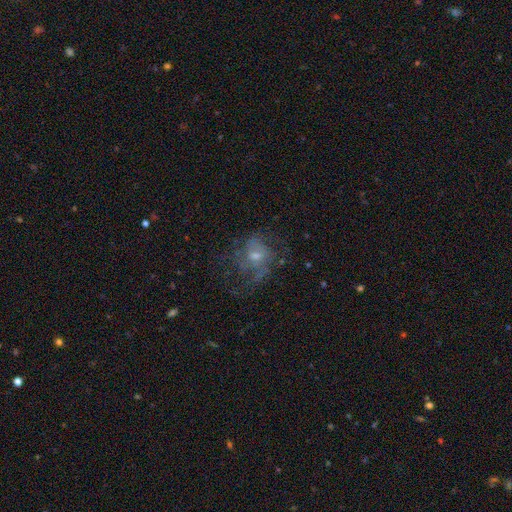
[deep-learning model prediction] Morphology: type=featured or disk (60%); edge-on=no (97%); bar=no (70%); spiral arms=yes (67%); bulge=small (47%); merging=none (52%).